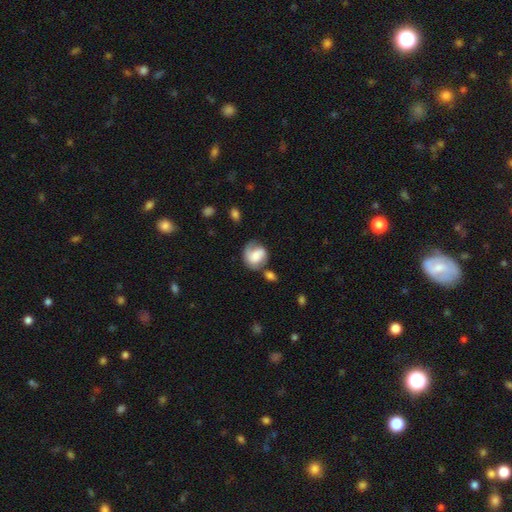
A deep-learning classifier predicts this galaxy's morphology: A smooth galaxy with no disk features (46%, tied with featured or disk).

Vote fractions:
- Smooth or featured? smooth: 46% (tied) / featured or disk: 46% (tied) / star or artifact: 8%
- Merging? none: 46% / minor disturbance: 26% / major disturbance: 15% / merger: 13%